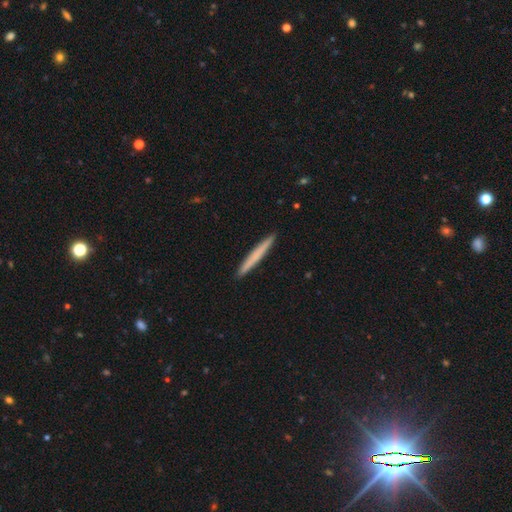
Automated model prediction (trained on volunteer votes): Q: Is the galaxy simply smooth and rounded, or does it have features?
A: smooth — 67%.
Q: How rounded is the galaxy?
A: cigar-shaped — 97%.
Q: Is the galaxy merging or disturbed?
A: none — 93%.